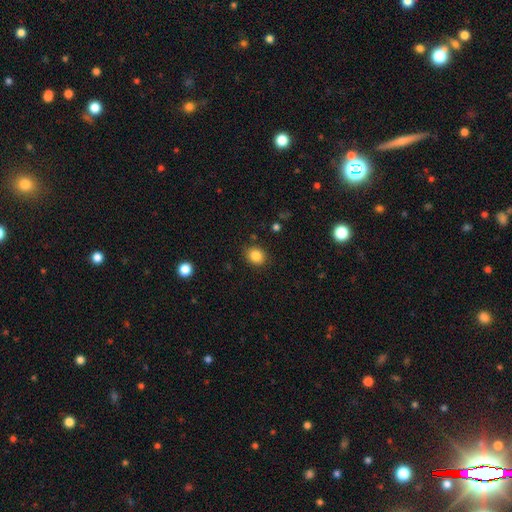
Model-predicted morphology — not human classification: smooth-or-featured: smooth: 85% | star or artifact: 10% | featured or disk: 5%
  how-rounded: round: 63% | in between: 36% | cigar-shaped: 1%
  merging: none: 87% | minor disturbance: 9% | major disturbance: 3% | merger: 2%